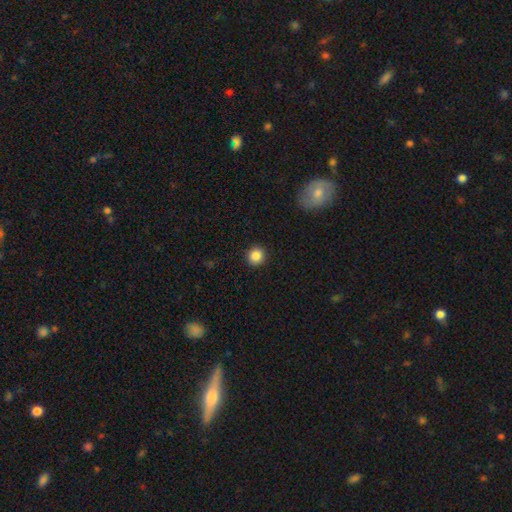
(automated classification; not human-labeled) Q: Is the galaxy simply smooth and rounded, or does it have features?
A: smooth — 86%.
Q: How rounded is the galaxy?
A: round — 92%.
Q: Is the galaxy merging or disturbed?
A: none — 92%.